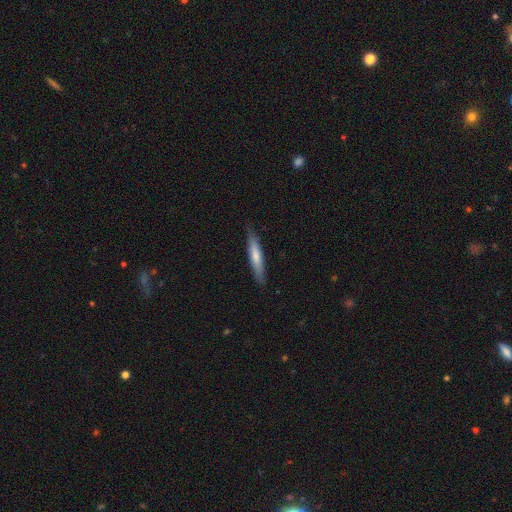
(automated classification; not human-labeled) Morphology: type=smooth (64%); roundness=cigar-shaped (90%); merging=none (85%).